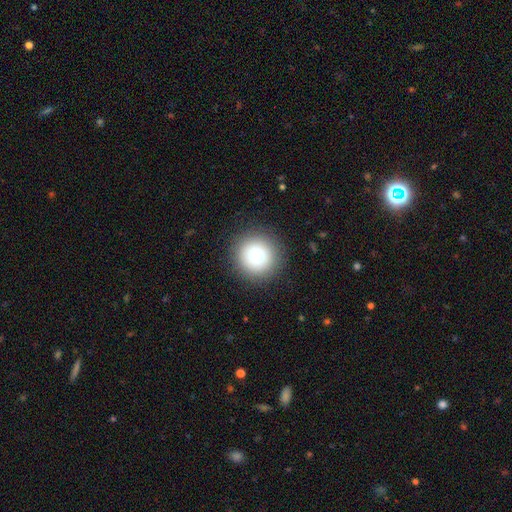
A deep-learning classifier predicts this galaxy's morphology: This appears to be a smooth galaxy with no disk features (77%) that is round (95%). Merging: none (90%).